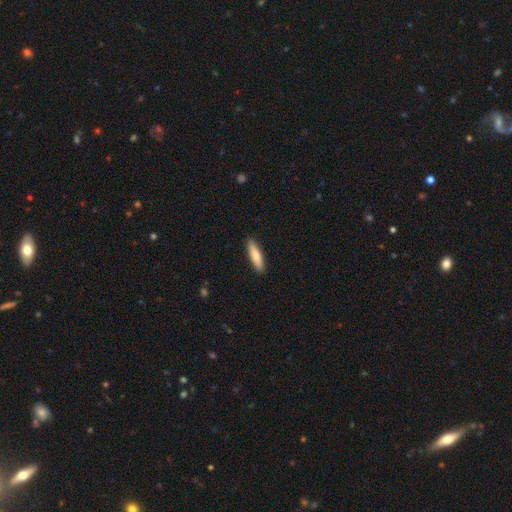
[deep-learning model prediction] smooth_or_featured: smooth (p=0.76) [alt: featured or disk p=0.18]
how_rounded: cigar-shaped (p=0.70) [alt: in between p=0.29]
merging: none (p=0.91) [alt: minor disturbance p=0.07]